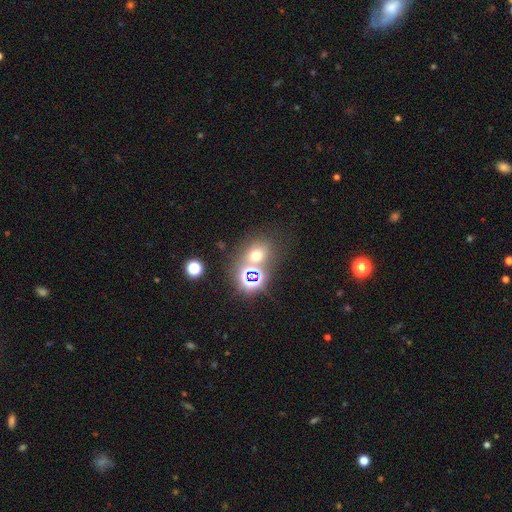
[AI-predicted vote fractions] The model was most divided on "smooth or featured": smooth: 54%, star or artifact: 35%, featured or disk: 11%. More confident: how rounded — round (66%); merging — none (61%).